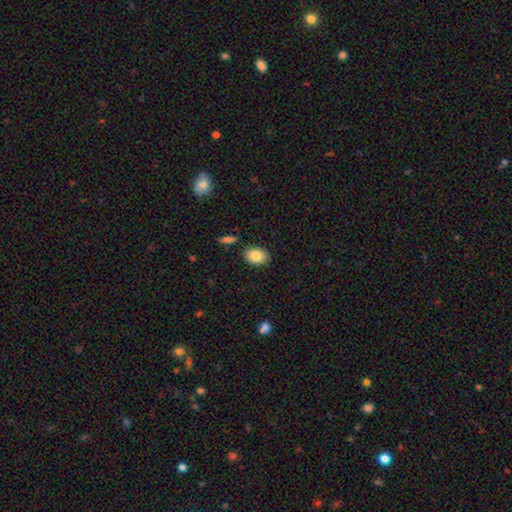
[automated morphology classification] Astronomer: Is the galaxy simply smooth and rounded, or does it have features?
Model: smooth — 85%.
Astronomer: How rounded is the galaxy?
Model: in between — 76%.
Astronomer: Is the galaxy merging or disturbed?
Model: none — 87%.